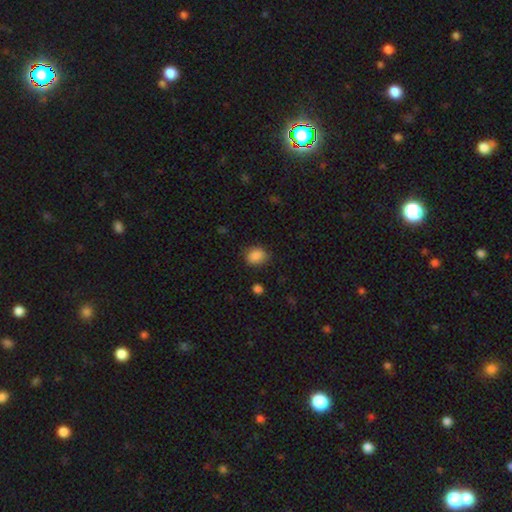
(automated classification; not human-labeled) smooth_or_featured: smooth (p=0.87) [alt: star or artifact p=0.09]
how_rounded: round (p=0.64) [alt: in between p=0.35]
merging: none (p=0.83) [alt: minor disturbance p=0.13]